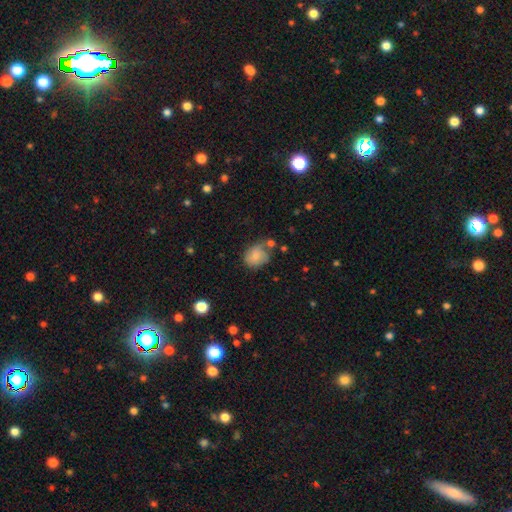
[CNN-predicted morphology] A smooth galaxy with no disk features (76%) that is round (56%). Merging: none (51%).